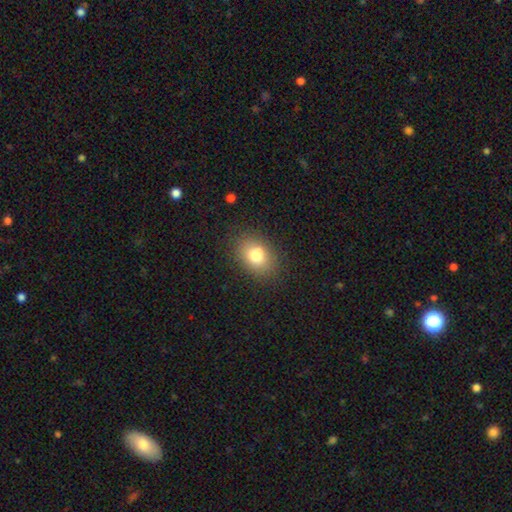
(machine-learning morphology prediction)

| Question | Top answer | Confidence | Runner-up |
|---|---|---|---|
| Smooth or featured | smooth | 74% | featured or disk (15%) |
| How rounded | in between | 67% | round (32%) |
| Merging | none | 69% | minor disturbance (14%) |